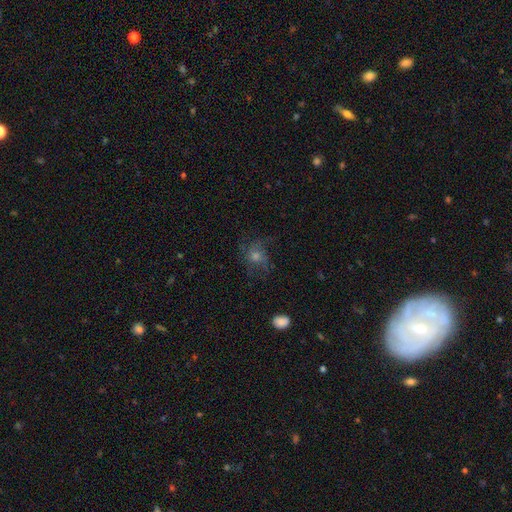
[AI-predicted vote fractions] smooth-or-featured: featured or disk: 44% | smooth: 34% | star or artifact: 22%
  merging: none: 66% | minor disturbance: 17% | major disturbance: 15% | merger: 1%